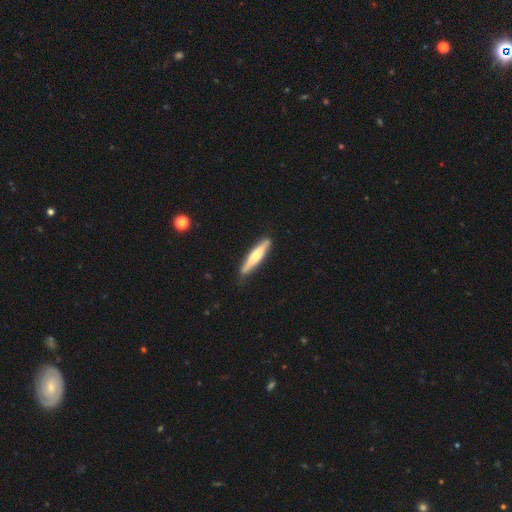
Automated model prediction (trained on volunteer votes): Smooth or featured? smooth (52%)
How rounded? cigar-shaped (88%)
Merging? none (86%)